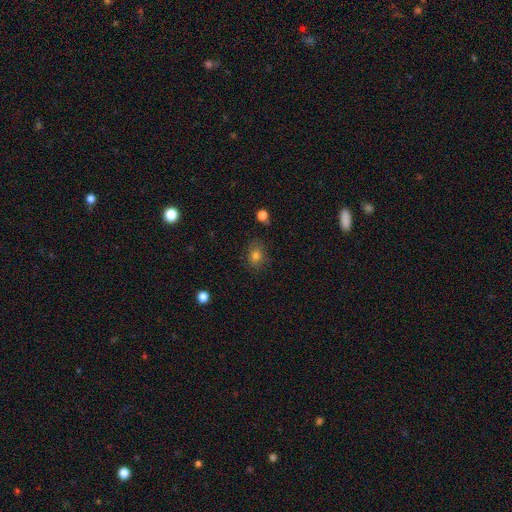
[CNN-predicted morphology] smooth 79%, star or artifact 13%, featured or disk 9%. Down the decision tree: how rounded — in between (55%); merging — none (78%).